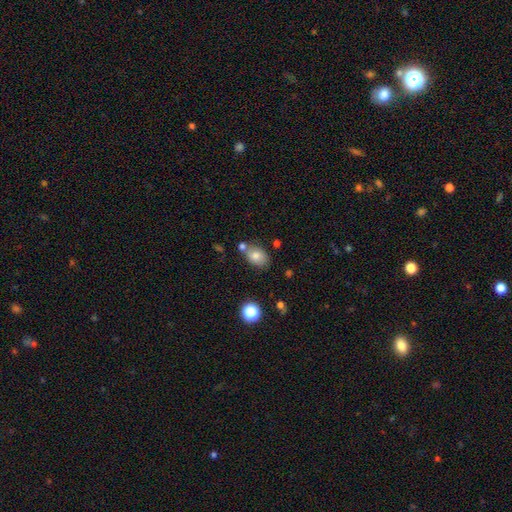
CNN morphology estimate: smooth_or_featured: smooth (p=0.78) [alt: featured or disk p=0.12]
how_rounded: in between (p=0.76) [alt: round p=0.22]
merging: none (p=0.61) [alt: merger p=0.19]